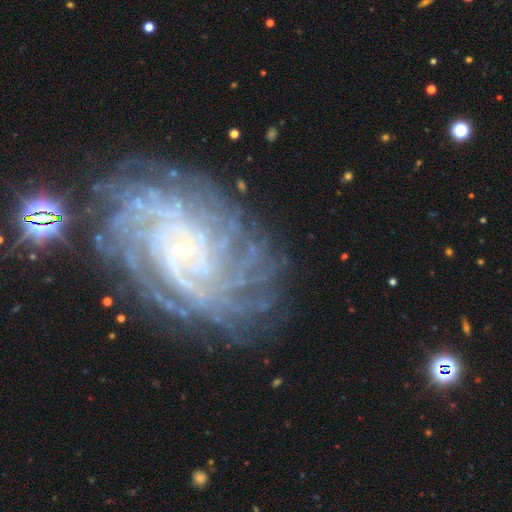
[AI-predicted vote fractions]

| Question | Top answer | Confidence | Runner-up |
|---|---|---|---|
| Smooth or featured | featured or disk | 87% | star or artifact (7%) |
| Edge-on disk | no | 96% | yes (4%) |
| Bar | no | 70% | weak (21%) |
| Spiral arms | yes | 98% | no (2%) |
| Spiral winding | tight | 79% | medium (17%) |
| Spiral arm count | more than 4 | 37% | can't tell (20%) |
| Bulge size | small | 86% | moderate (9%) |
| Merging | none | 80% | minor disturbance (13%) |